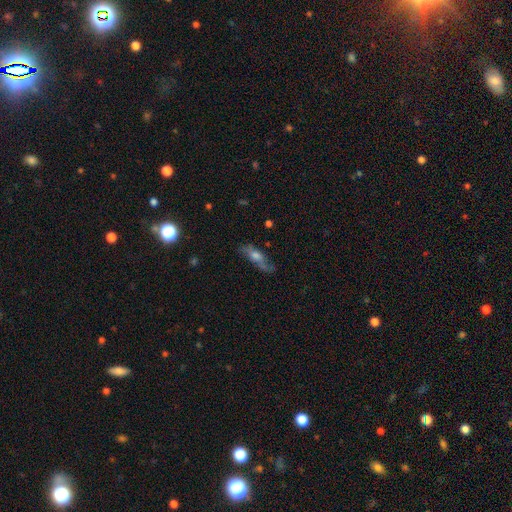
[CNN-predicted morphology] A featured or disk galaxy (51%). Merging: none (59%).